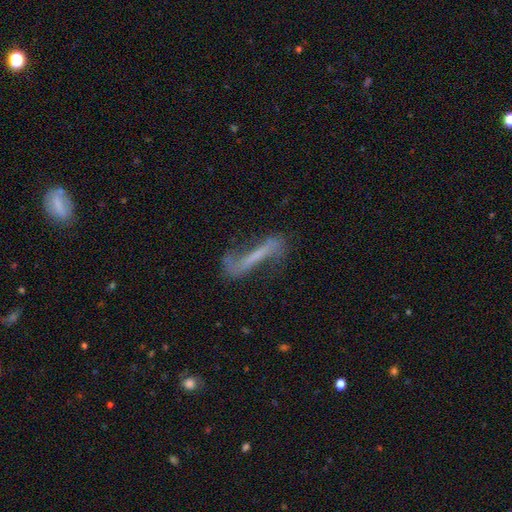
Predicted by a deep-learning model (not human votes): A featured or disk galaxy (65%).

Vote fractions:
- Smooth or featured? featured or disk: 65% / smooth: 26% / star or artifact: 10%
- Edge-on disk? no: 68% / yes: 32%
- Merging? none: 52% / minor disturbance: 24% / major disturbance: 20% / merger: 5%